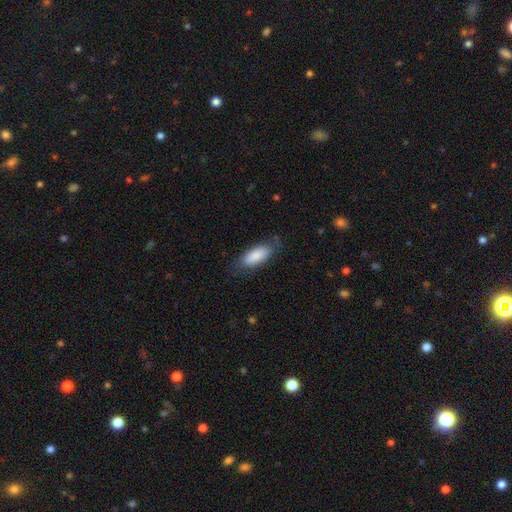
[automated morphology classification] Q: Smooth or featured?
A: smooth (84%); runner-up: featured or disk (10%)
Q: How rounded?
A: in between (81%); runner-up: cigar-shaped (17%)
Q: Merging?
A: none (72%); runner-up: minor disturbance (20%)